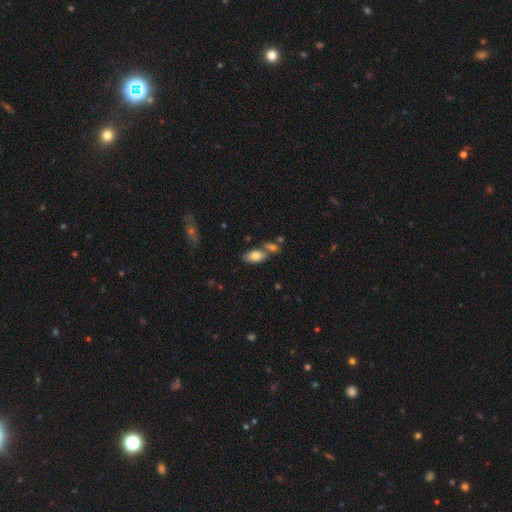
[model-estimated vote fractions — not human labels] This is clearly a smooth galaxy (80%). How rounded: clearly in between (92%). Merging: possibly none (59%).